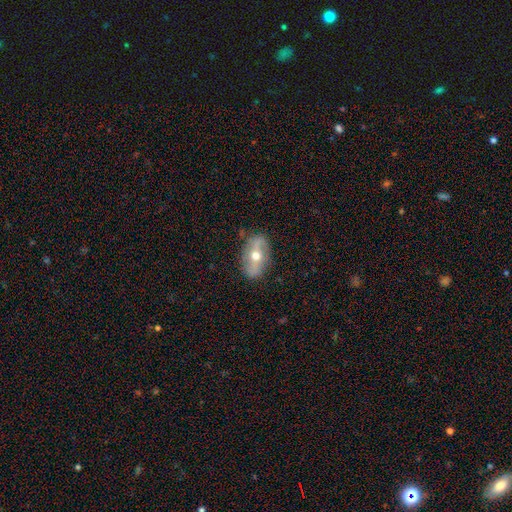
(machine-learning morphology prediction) Q: Smooth or featured?
A: featured or disk (65%); runner-up: smooth (29%)
Q: Edge-on disk?
A: no (80%); runner-up: yes (20%)
Q: Bar?
A: strong (44%); runner-up: no (30%)
Q: Spiral arms?
A: yes (52%); runner-up: no (48%)
Q: Bulge size?
A: moderate (76%); runner-up: small (16%)
Q: Merging?
A: none (82%); runner-up: minor disturbance (13%)